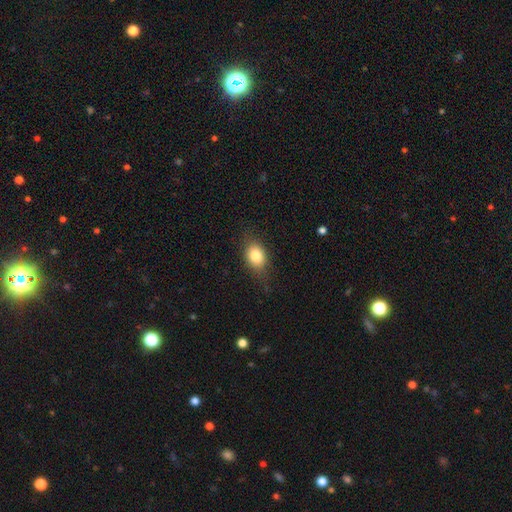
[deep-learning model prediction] A smooth galaxy with no disk features (81%) that is in between round and cigar-shaped (64%). Merging: none (76%).